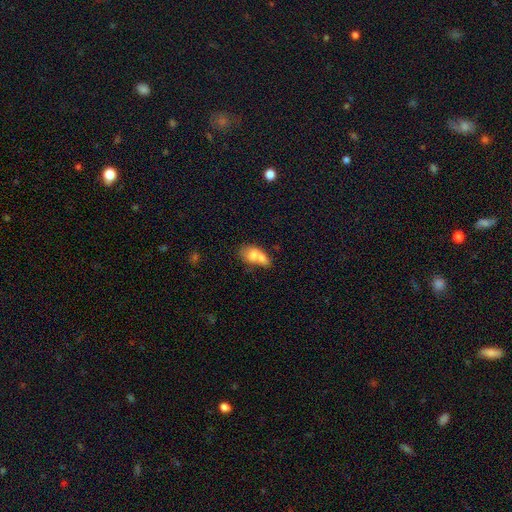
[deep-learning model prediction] A smooth galaxy with no disk features (69%) that is in between round and cigar-shaped (75%). Merging: merger (67%).